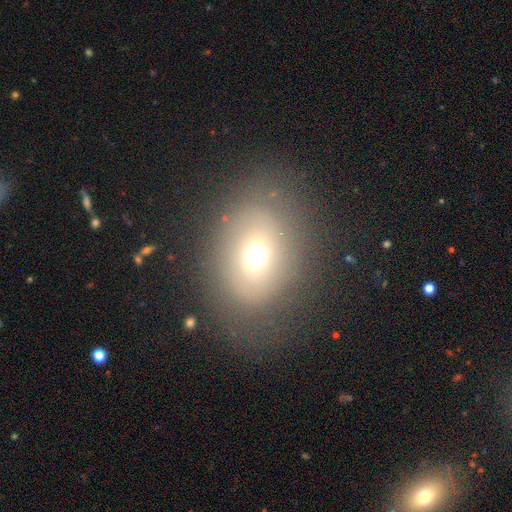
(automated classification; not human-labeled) Q: Smooth or featured?
A: smooth (63%); runner-up: featured or disk (21%)
Q: How rounded?
A: in between (62%); runner-up: round (37%)
Q: Merging?
A: none (70%); runner-up: minor disturbance (18%)